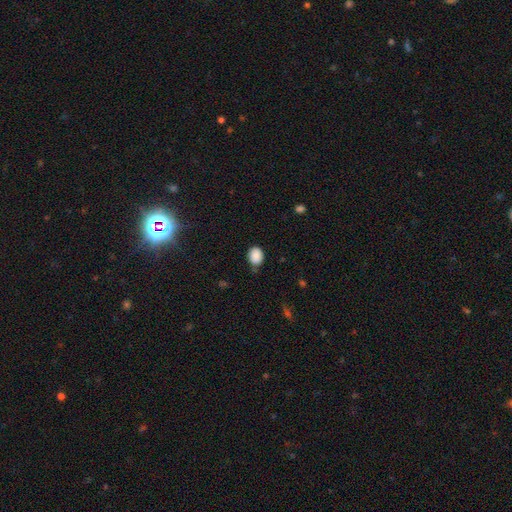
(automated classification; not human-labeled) This appears to be a smooth galaxy with no disk features (88%) that is in between round and cigar-shaped (56%). Merging: none (74%).